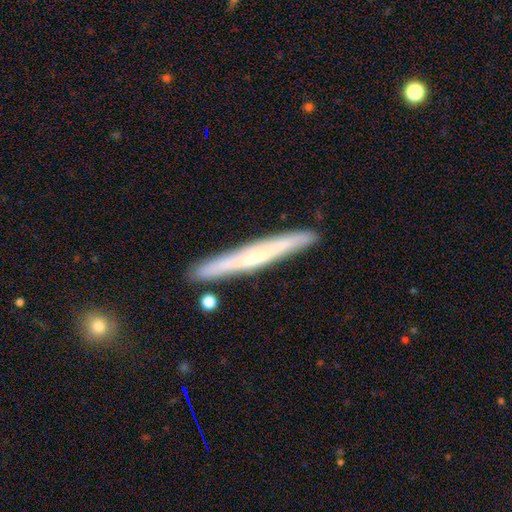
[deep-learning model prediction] smooth_or_featured: featured or disk (p=0.57) [alt: smooth p=0.36]
disk_edge_on: yes (p=0.93) [alt: no p=0.07]
edge_on_bulge: none (p=0.50) [alt: rounded p=0.45]
merging: none (p=0.88) [alt: minor disturbance p=0.08]